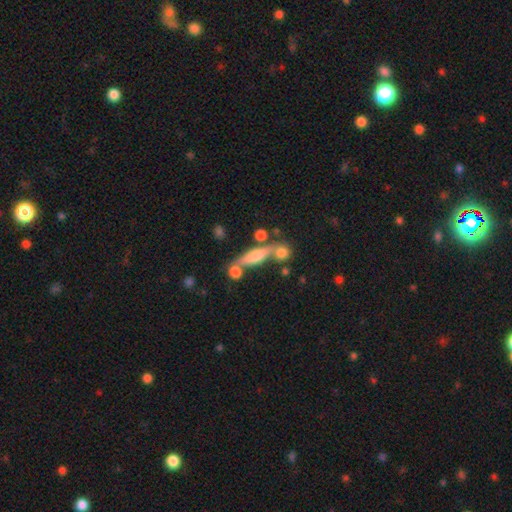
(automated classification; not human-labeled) This is possibly a featured or disk galaxy (46%). Merging: possibly none (59%).